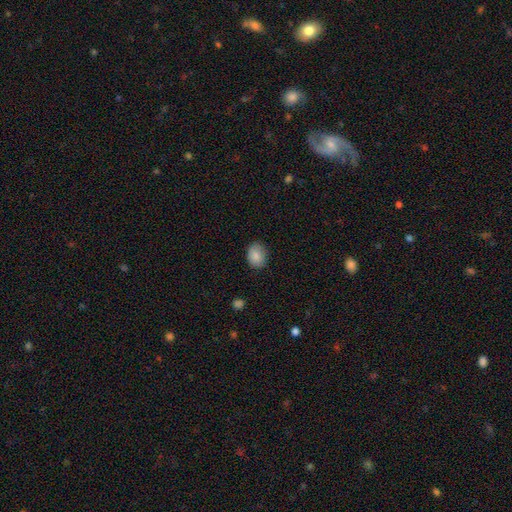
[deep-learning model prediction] Smooth or featured? smooth (86%)
How rounded? in between (66%)
Merging? none (82%)